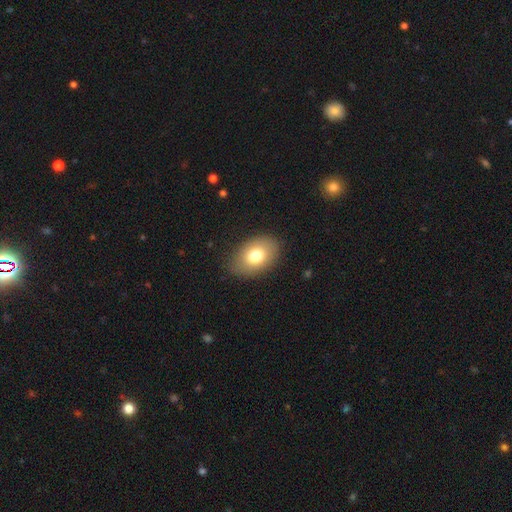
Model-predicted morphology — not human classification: This appears to be a smooth galaxy with no disk features (76%) that is in between round and cigar-shaped (84%). Merging: none (83%).